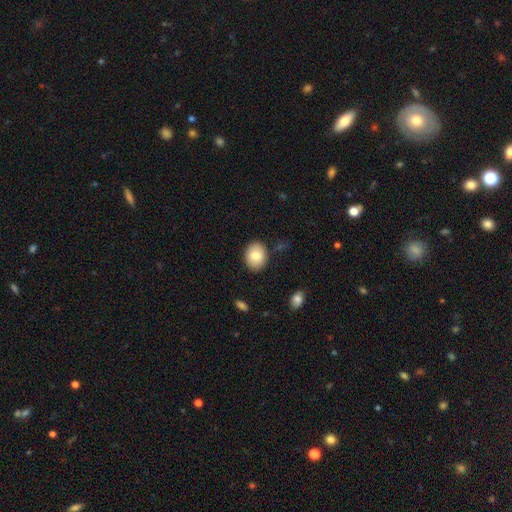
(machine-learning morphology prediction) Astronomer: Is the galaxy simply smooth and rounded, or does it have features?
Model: smooth — 79%.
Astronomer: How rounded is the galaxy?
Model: in between — 55% (runner-up: round, 44%).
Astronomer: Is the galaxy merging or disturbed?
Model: none — 86%.